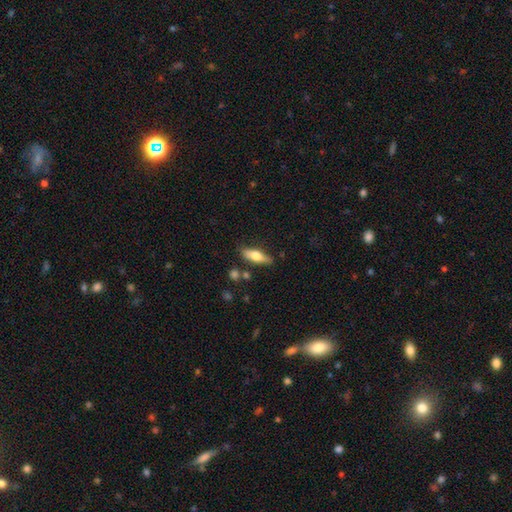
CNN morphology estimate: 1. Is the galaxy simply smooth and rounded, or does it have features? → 54% smooth, 40% featured or disk, 6% star or artifact.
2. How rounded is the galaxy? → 49% in between, 48% cigar-shaped, 3% round.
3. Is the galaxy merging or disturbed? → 77% none, 14% minor disturbance, 5% merger, 3% major disturbance.